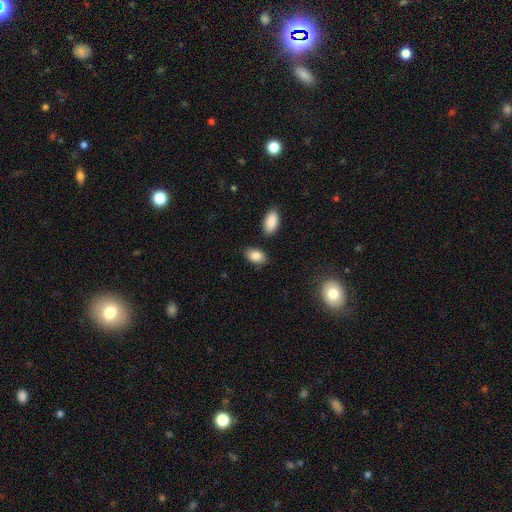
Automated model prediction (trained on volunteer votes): Smooth or featured? Predicted: smooth (p=0.86). How rounded? Predicted: in between (p=0.91). Merging? Predicted: none (p=0.81).